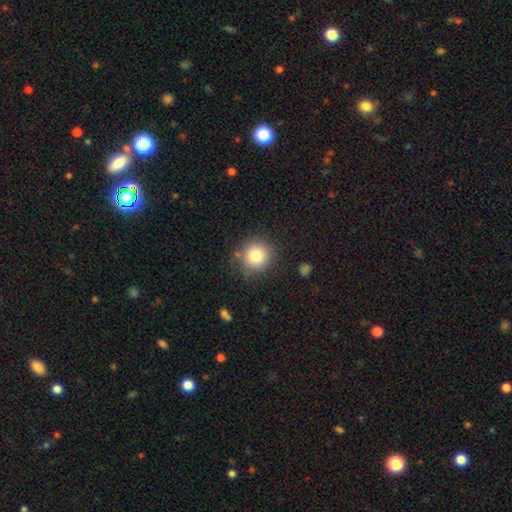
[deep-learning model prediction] Smooth or featured?
  - smooth: 80% *
  - star or artifact: 11%
  - featured or disk: 9%
How rounded?
  - round: 91% *
  - in between: 8%
  - cigar-shaped: 1%
Merging?
  - none: 84% *
  - minor disturbance: 10%
  - major disturbance: 4%
  - merger: 2%